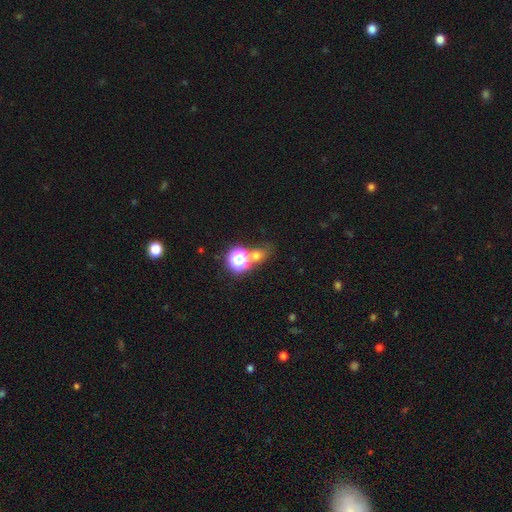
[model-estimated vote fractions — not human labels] This is possibly a smooth galaxy (58%). How rounded: likely round (66%). Merging: possibly none (54%).